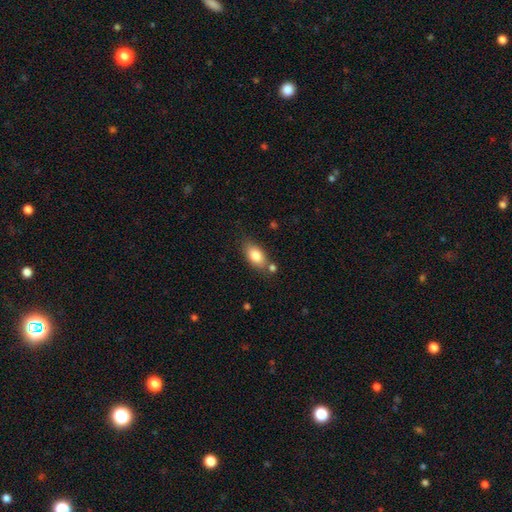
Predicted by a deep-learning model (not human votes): Smooth or featured? Predicted: smooth (p=0.81). How rounded? Predicted: in between (p=0.89). Merging? Predicted: none (p=0.70).